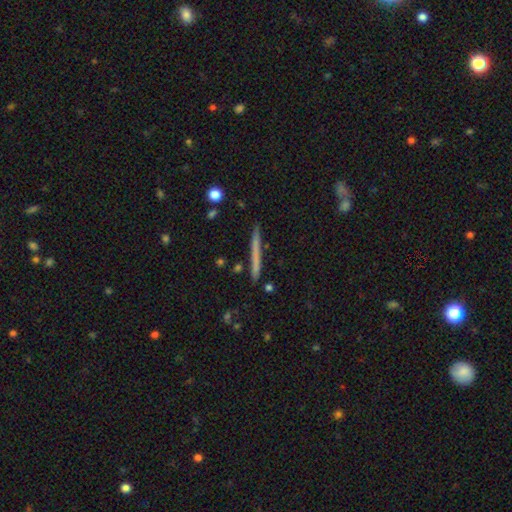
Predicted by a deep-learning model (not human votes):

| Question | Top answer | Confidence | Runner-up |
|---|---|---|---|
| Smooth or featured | smooth | 56% | featured or disk (38%) |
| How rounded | cigar-shaped | 96% | in between (2%) |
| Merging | none | 89% | minor disturbance (7%) |